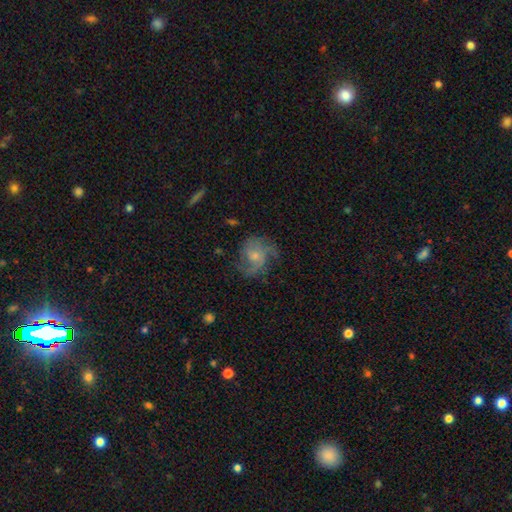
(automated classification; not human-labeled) smooth_or_featured: featured or disk (p=0.70) [alt: smooth p=0.22]
disk_edge_on: no (p=0.98) [alt: yes p=0.02]
bar: no (p=0.72) [alt: weak p=0.25]
has_spiral_arms: yes (p=0.90) [alt: no p=0.10]
spiral_winding: medium (p=0.47) [alt: loose p=0.29]
spiral_arm_count: 2 (p=0.44) [alt: 3 p=0.21]
bulge_size: small (p=0.58) [alt: moderate p=0.32]
merging: none (p=0.61) [alt: minor disturbance p=0.22]